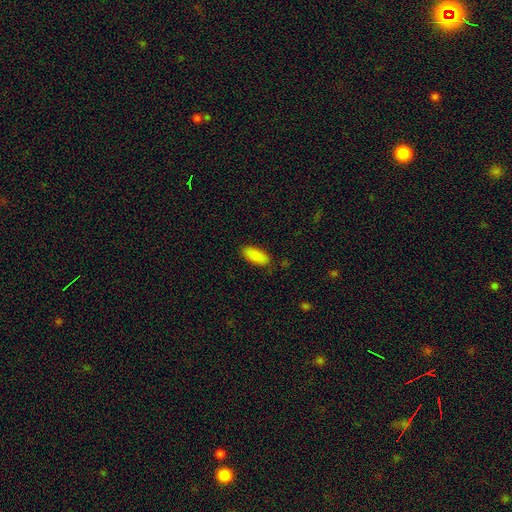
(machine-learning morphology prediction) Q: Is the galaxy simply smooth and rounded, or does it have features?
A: smooth — 89%.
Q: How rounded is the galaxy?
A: in between — 81%.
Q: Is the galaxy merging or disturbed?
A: none — 84%.